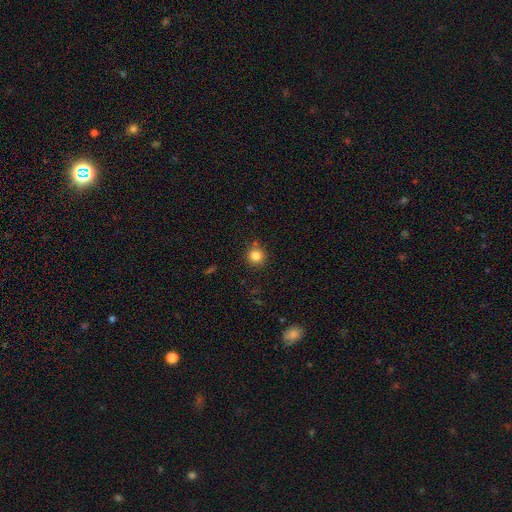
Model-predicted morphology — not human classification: A smooth galaxy with no disk features (83%) that is round (93%). Merging: none (85%).